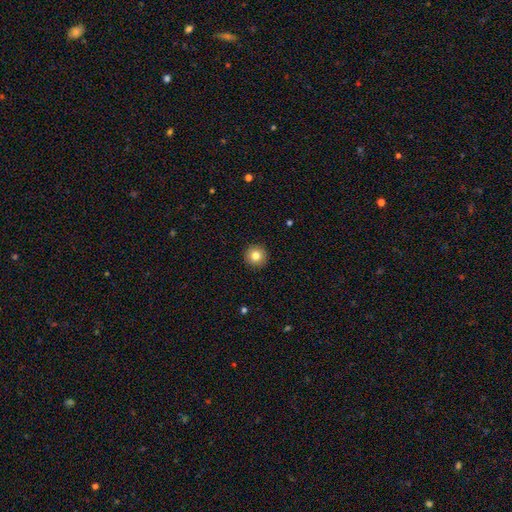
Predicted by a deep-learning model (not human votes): The model was most divided on "smooth or featured": smooth: 82%, star or artifact: 10%, featured or disk: 8%. More confident: how rounded — round (96%); merging — none (93%).